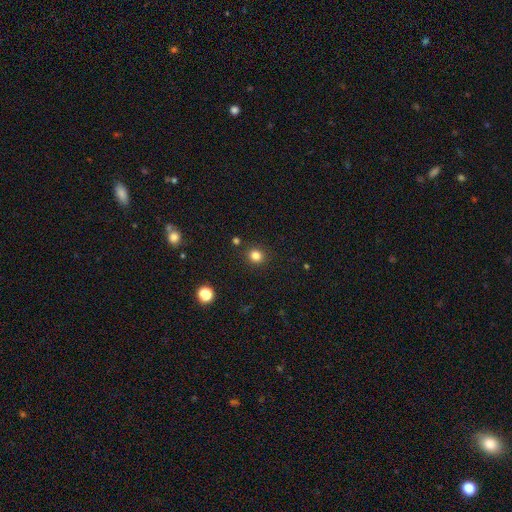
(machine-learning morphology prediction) Smooth or featured? Predicted: smooth (p=0.82). How rounded? Predicted: round (p=0.85). Merging? Predicted: none (p=0.88).